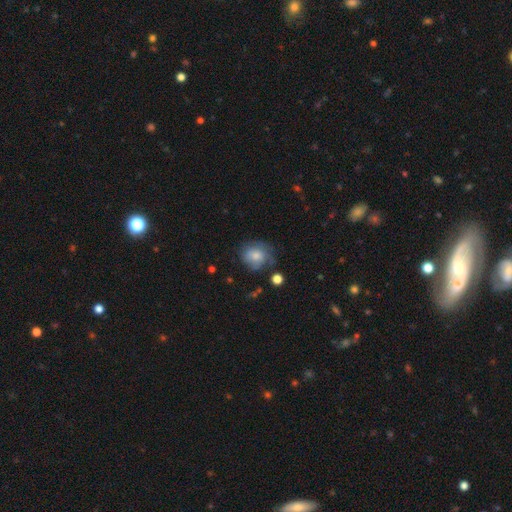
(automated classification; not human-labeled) A smooth galaxy with no disk features (71%) that is round (76%). Merging: none (54%).